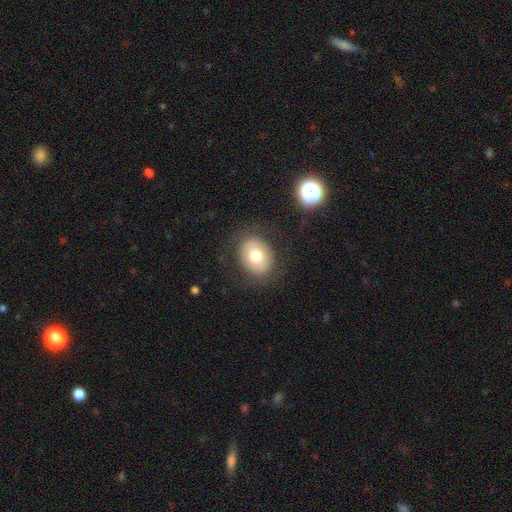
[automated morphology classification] Overall: smooth (70%). How rounded: round (51%; in between 49%). Merging: none (82%).